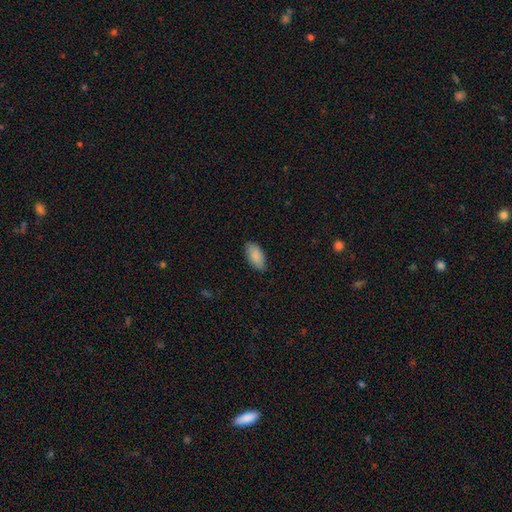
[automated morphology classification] A smooth galaxy with no disk features (89%) that is in between round and cigar-shaped (94%). Merging: none (84%).